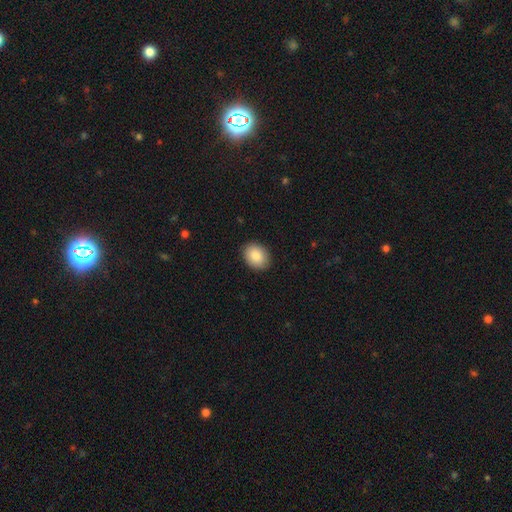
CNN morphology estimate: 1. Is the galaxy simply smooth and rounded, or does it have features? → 88% smooth, 7% star or artifact, 6% featured or disk.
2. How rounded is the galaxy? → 64% in between, 35% round, 1% cigar-shaped.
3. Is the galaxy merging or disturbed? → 89% none, 8% minor disturbance, 2% major disturbance, 1% merger.